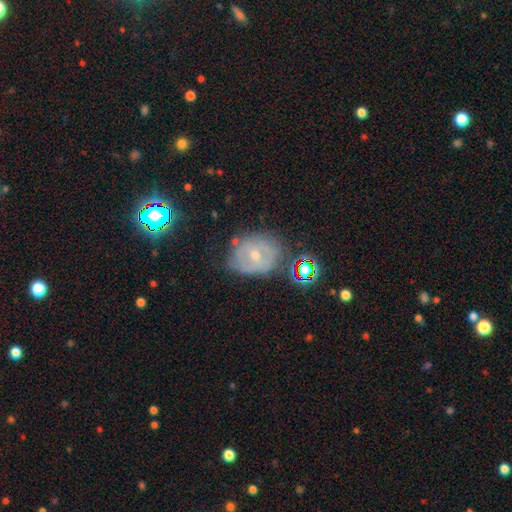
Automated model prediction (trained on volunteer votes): Smooth or featured? Predicted: featured or disk (p=0.57). Edge-on disk? Predicted: no (p=0.95). Bar? Predicted: no (p=0.47). Spiral arms? Predicted: yes (p=0.56). Bulge size? Predicted: small (p=0.55). Merging? Predicted: none (p=0.62).